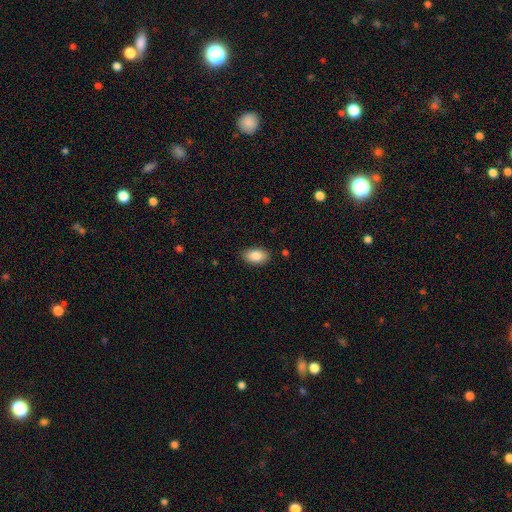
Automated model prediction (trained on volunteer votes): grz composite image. It shows a smooth galaxy with no disk features (87%) that is in between round and cigar-shaped (93%). Merging: none (88%).